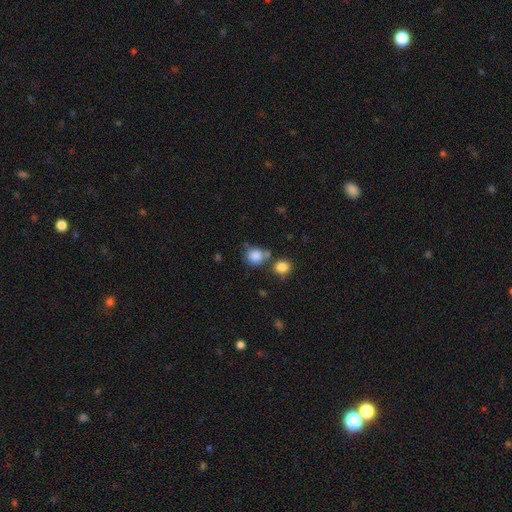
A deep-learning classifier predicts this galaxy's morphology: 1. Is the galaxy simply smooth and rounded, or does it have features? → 85% smooth, 9% star or artifact, 5% featured or disk.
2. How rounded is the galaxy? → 84% round, 15% in between, 1% cigar-shaped.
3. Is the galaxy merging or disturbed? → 58% none, 24% merger, 14% minor disturbance, 5% major disturbance.